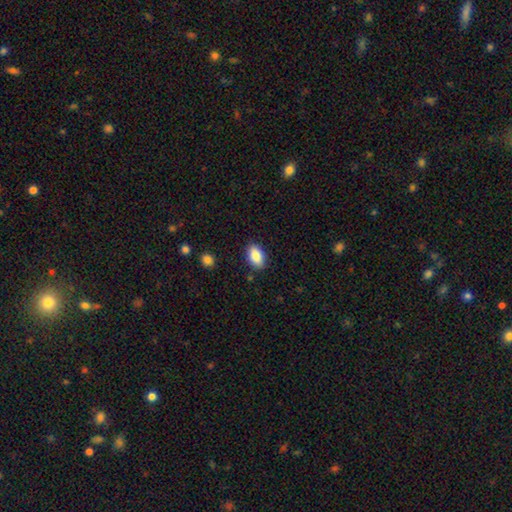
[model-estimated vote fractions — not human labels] Q: Smooth or featured?
A: smooth (87%); runner-up: star or artifact (7%)
Q: How rounded?
A: in between (91%); runner-up: round (6%)
Q: Merging?
A: none (87%); runner-up: minor disturbance (10%)